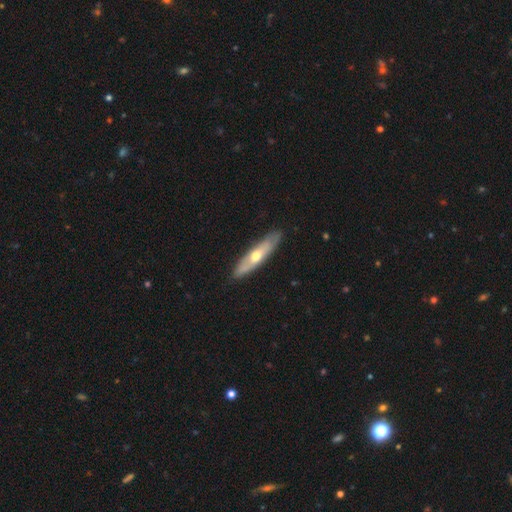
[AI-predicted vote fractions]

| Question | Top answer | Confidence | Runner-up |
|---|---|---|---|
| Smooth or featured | featured or disk | 49% | smooth (46%) |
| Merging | none | 87% | minor disturbance (10%) |